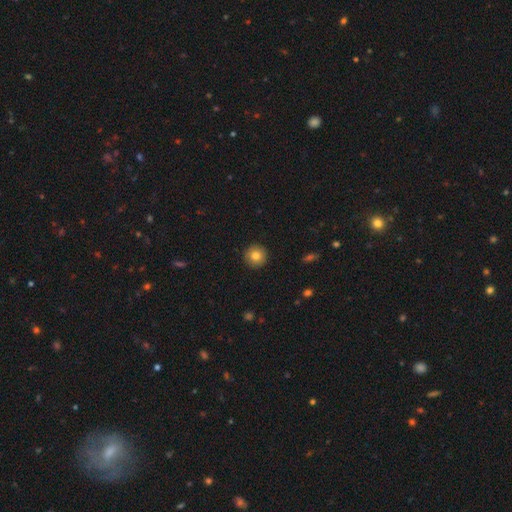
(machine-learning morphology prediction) This appears to be a smooth galaxy with no disk features (82%) that is round (95%). Merging: none (92%).